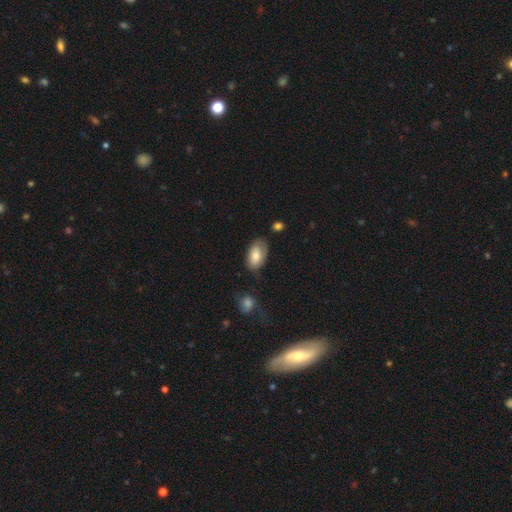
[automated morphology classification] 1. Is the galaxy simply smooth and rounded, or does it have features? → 73% smooth, 21% featured or disk, 7% star or artifact.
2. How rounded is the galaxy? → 94% in between, 5% round, 2% cigar-shaped.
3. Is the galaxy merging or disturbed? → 66% none, 24% minor disturbance, 6% major disturbance, 4% merger.